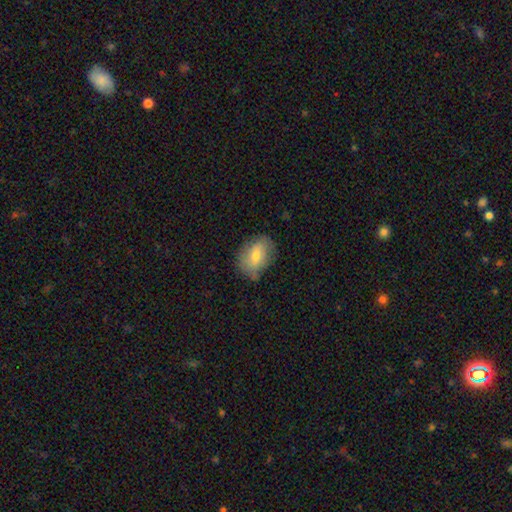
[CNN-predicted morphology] smooth-or-featured: smooth: 71% | featured or disk: 21% | star or artifact: 7%
  how-rounded: in between: 82% | round: 16% | cigar-shaped: 2%
  merging: none: 70% | minor disturbance: 24% | major disturbance: 5% | merger: 1%